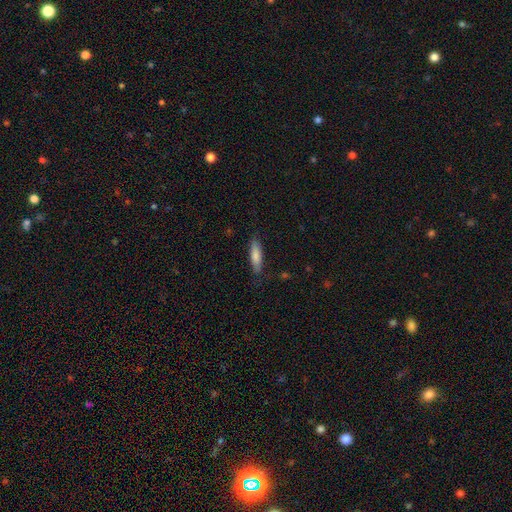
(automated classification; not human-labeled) A smooth galaxy with no disk features (80%) that is cigar-shaped (63%). Merging: none (82%).